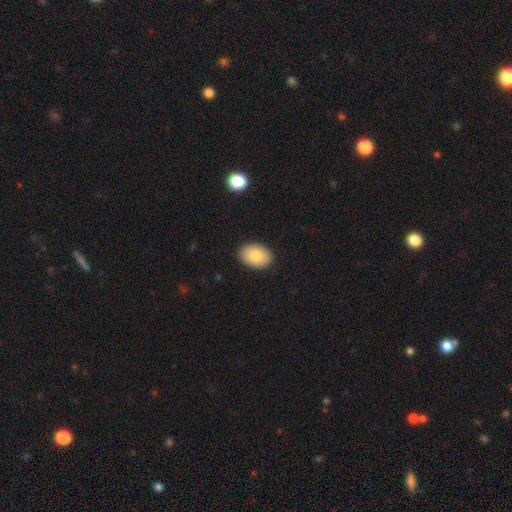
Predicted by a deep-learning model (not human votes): Smooth or featured: smooth — 85% (featured or disk — 9%)
How rounded: in between — 85% (round — 14%)
Merging: none — 89% (minor disturbance — 8%)